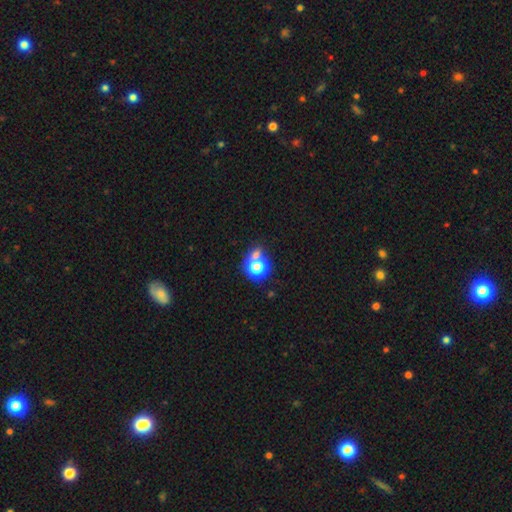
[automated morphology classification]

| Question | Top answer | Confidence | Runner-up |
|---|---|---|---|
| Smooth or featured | smooth | 55% | star or artifact (34%) |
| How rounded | round | 76% | in between (23%) |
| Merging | none | 52% | merger (33%) |